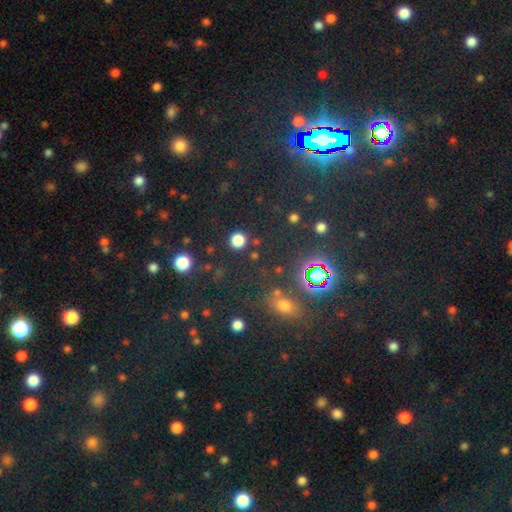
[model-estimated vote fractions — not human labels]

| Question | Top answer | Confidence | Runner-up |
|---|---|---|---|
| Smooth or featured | star or artifact | 69% | smooth (23%) |